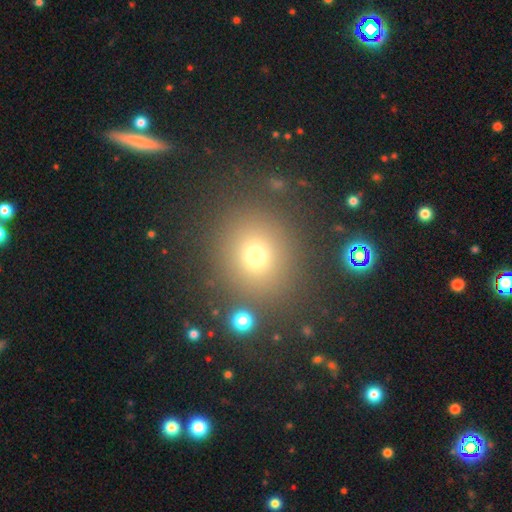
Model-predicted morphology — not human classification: smooth-or-featured: smooth: 69% | star or artifact: 21% | featured or disk: 10%
  how-rounded: round: 82% | in between: 17% | cigar-shaped: 1%
  merging: none: 83% | minor disturbance: 8% | major disturbance: 4% | merger: 4%